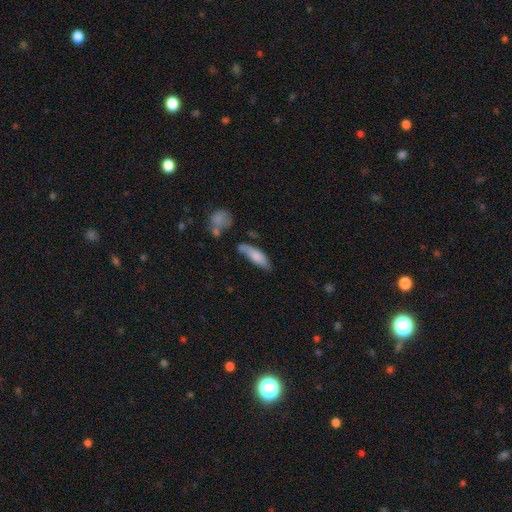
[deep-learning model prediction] Morphology: type=smooth (76%); roundness=in between (50%); merging=none (53%).